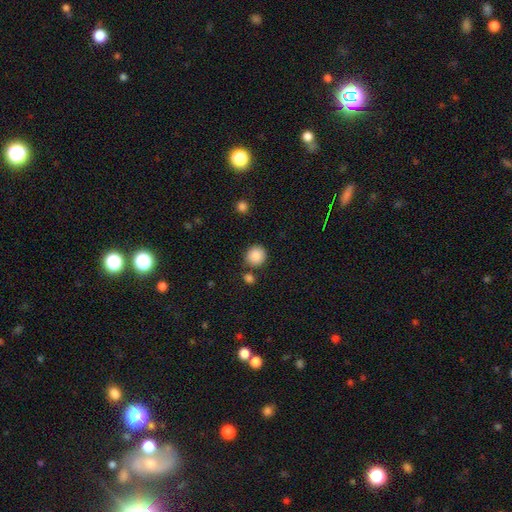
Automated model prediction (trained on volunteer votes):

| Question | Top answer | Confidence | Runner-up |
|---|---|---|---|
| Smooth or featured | smooth | 88% | star or artifact (8%) |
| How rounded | round | 91% | in between (8%) |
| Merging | none | 79% | merger (9%) |